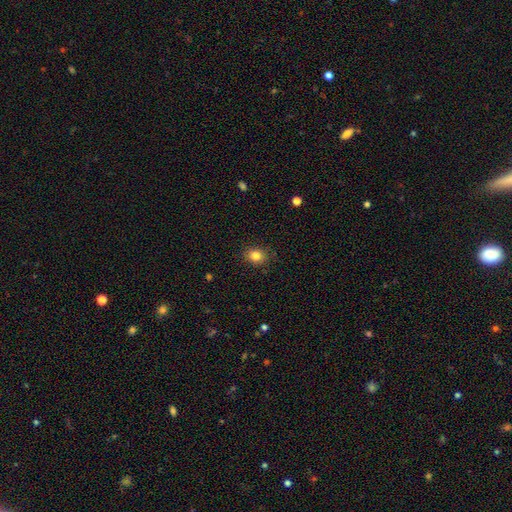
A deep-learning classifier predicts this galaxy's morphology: Smooth or featured? smooth (83%)
How rounded? round (50%)
Merging? none (88%)